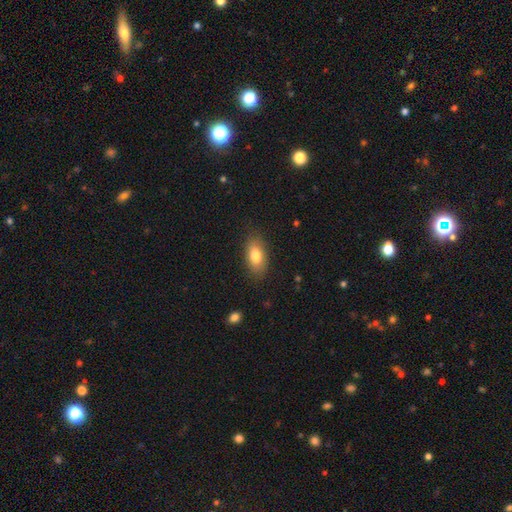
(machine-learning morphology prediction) type=smooth (80%); roundness=in between (87%); merging=none (85%).